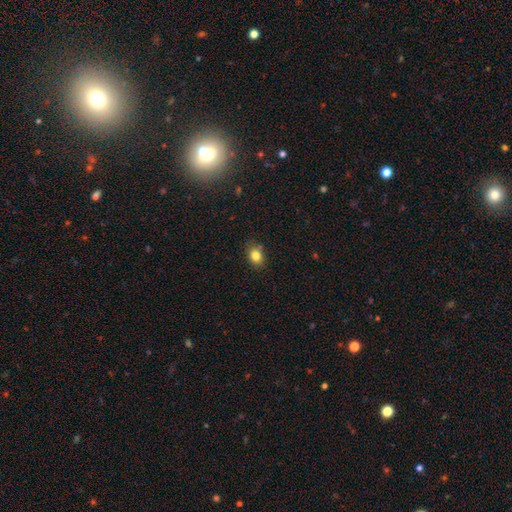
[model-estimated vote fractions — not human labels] Smooth or featured? Predicted: smooth (p=0.83). How rounded? Predicted: in between (p=0.59). Merging? Predicted: none (p=0.78).